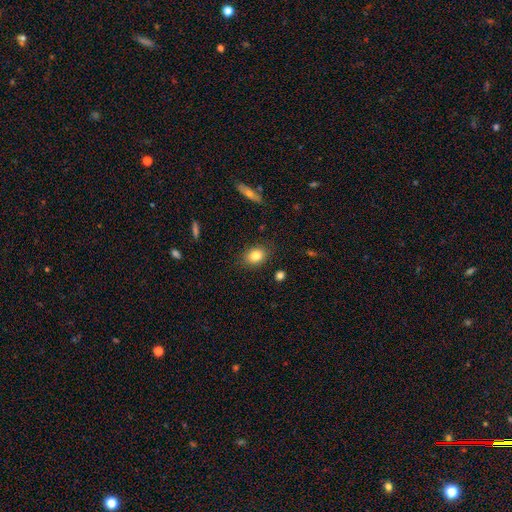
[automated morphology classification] Q: Smooth or featured?
A: smooth (82%); runner-up: star or artifact (9%)
Q: How rounded?
A: in between (59%); runner-up: round (40%)
Q: Merging?
A: none (85%); runner-up: minor disturbance (11%)